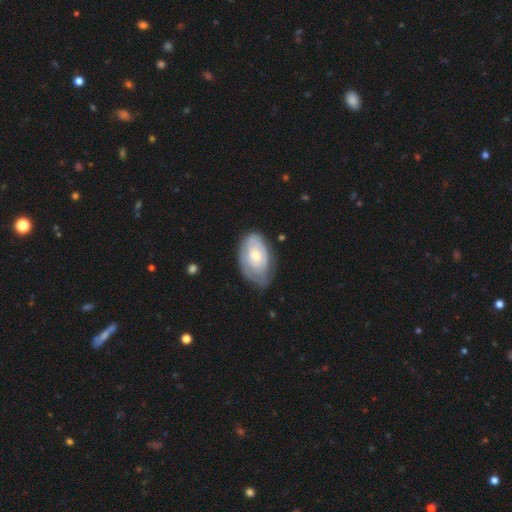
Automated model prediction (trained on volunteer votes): Overall: featured or disk (49%; smooth 46%). Merging: none (53%; minor disturbance 34%).